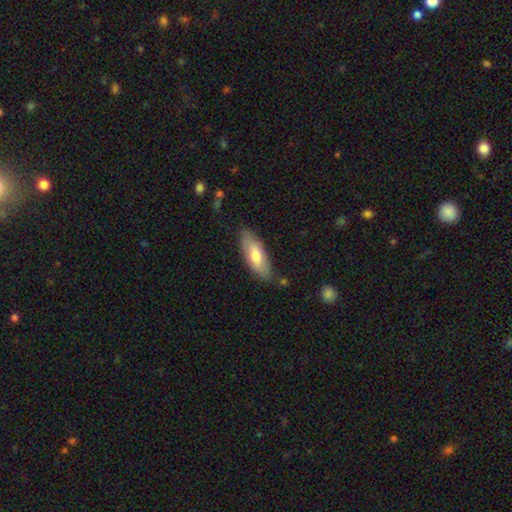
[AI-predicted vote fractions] Morphology: type=smooth (67%); roundness=in between (72%); merging=none (78%).